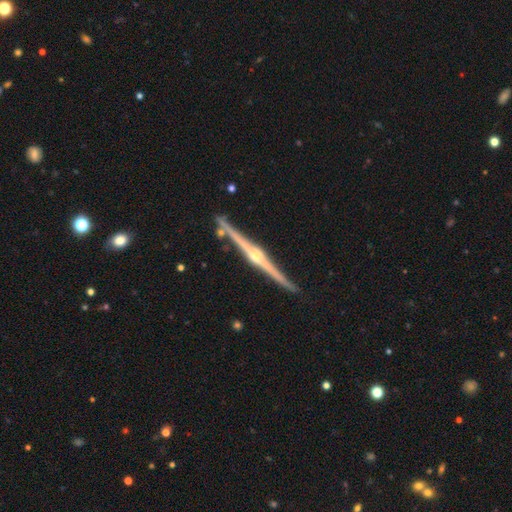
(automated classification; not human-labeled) Smooth or featured?
  - featured or disk: 91% *
  - smooth: 5%
  - star or artifact: 4%
Edge-on disk?
  - yes: 99% *
  - no: 1%
Edge-on bulge?
  - rounded: 91% *
  - boxy: 5%
  - none: 4%
Merging?
  - none: 89% *
  - minor disturbance: 7%
  - merger: 2%
  - major disturbance: 2%